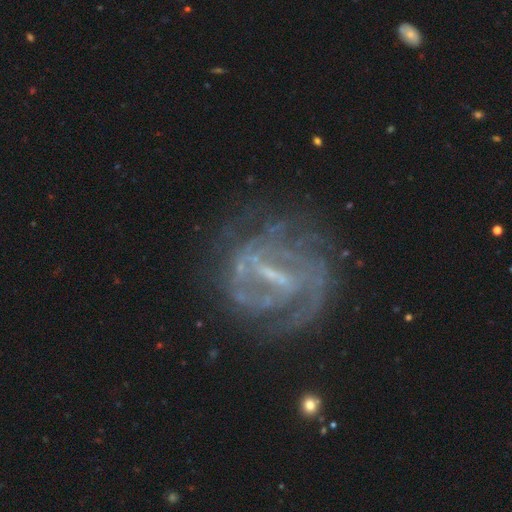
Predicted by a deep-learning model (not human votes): Smooth or featured? Predicted: featured or disk (p=0.85). Edge-on disk? Predicted: no (p=0.97). Bar? Predicted: strong (p=0.51). Spiral arms? Predicted: yes (p=0.88). Spiral winding? Predicted: tight (p=0.52). Spiral arm count? Predicted: can't tell (p=0.37). Bulge size? Predicted: small (p=0.47). Merging? Predicted: none (p=0.66).